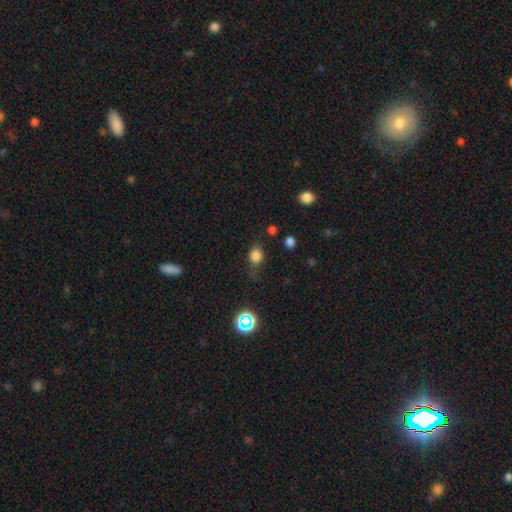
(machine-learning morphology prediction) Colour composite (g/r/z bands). It shows a smooth galaxy with no disk features (78%) that is round (59%). Merging: none (63%).